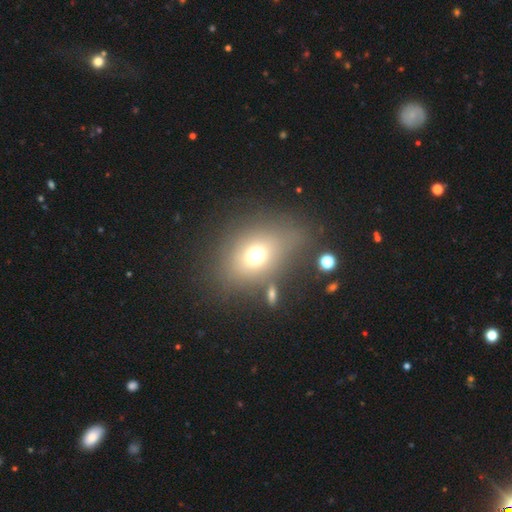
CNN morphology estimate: Smooth or featured? Predicted: smooth (p=0.69). How rounded? Predicted: in between (p=0.54). Merging? Predicted: none (p=0.63).